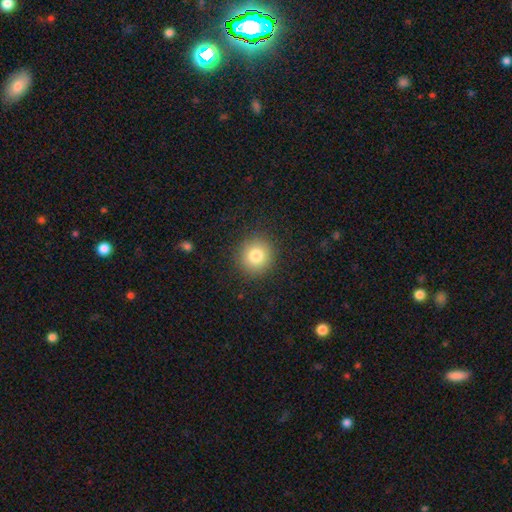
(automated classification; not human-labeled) smooth_or_featured: smooth (p=0.81) [alt: star or artifact p=0.11]
how_rounded: round (p=0.92) [alt: in between p=0.07]
merging: none (p=0.91) [alt: minor disturbance p=0.06]